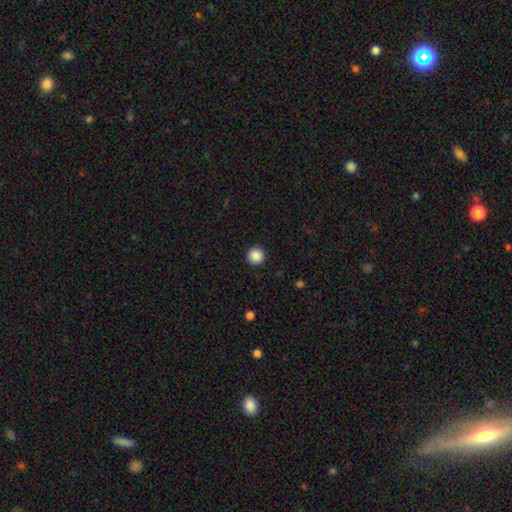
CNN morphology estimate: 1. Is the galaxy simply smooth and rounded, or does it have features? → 88% smooth, 10% star or artifact, 3% featured or disk.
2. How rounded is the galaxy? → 96% round, 3% in between, 1% cigar-shaped.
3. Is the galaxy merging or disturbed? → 93% none, 4% minor disturbance, 2% major disturbance, 1% merger.